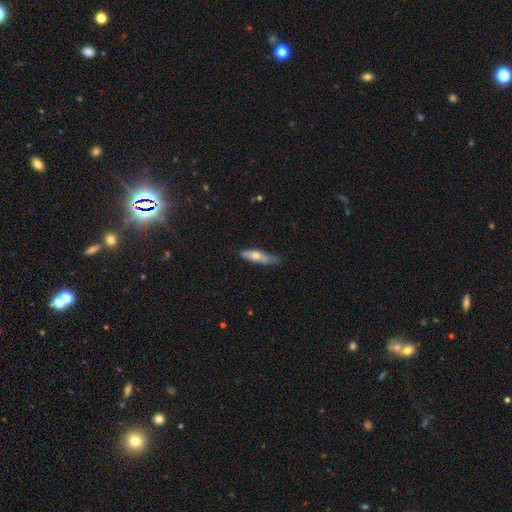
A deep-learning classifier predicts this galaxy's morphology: The model was most divided on "smooth or featured": smooth: 59%, featured or disk: 35%, star or artifact: 6%. More confident: merging — none (62%); how rounded — cigar-shaped (61%).